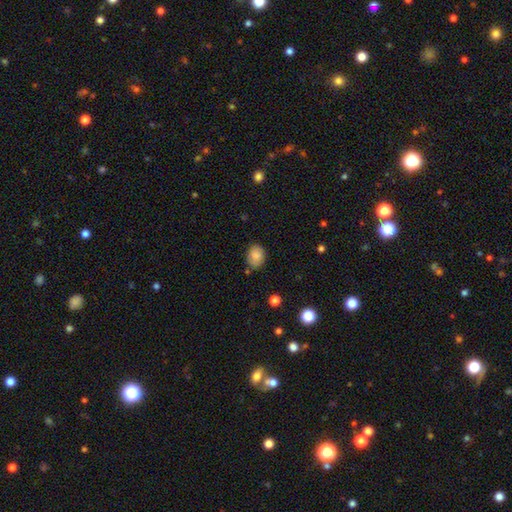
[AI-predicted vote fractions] A smooth galaxy with no disk features (85%) that is in between round and cigar-shaped (62%).

Vote fractions:
- Smooth or featured? smooth: 85% / star or artifact: 9% / featured or disk: 6%
- How rounded? in between: 62% / round: 37% / cigar-shaped: 1%
- Merging? none: 76% / minor disturbance: 17% / merger: 4% / major disturbance: 3%